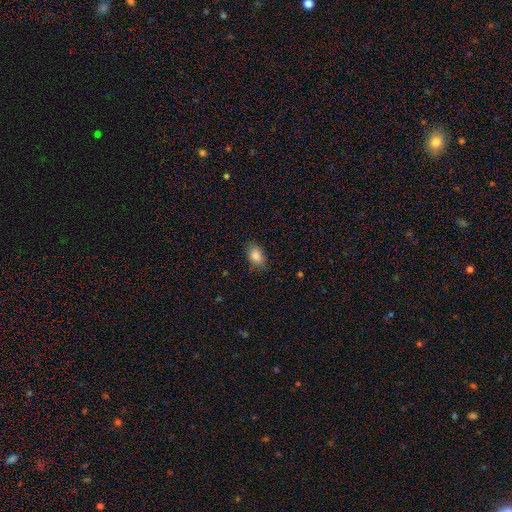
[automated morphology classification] smooth-or-featured: smooth: 86% | star or artifact: 8% | featured or disk: 6%
  how-rounded: in between: 86% | round: 13% | cigar-shaped: 2%
  merging: none: 83% | minor disturbance: 13% | major disturbance: 3% | merger: 1%